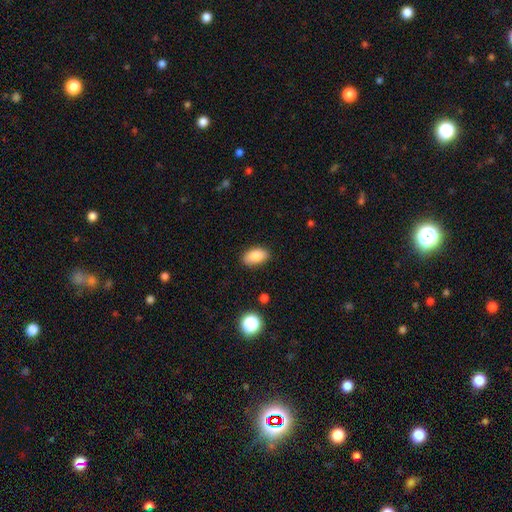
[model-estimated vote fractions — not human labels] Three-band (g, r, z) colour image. It shows a smooth galaxy with no disk features (85%) that is in between round and cigar-shaped (92%). Merging: none (85%).